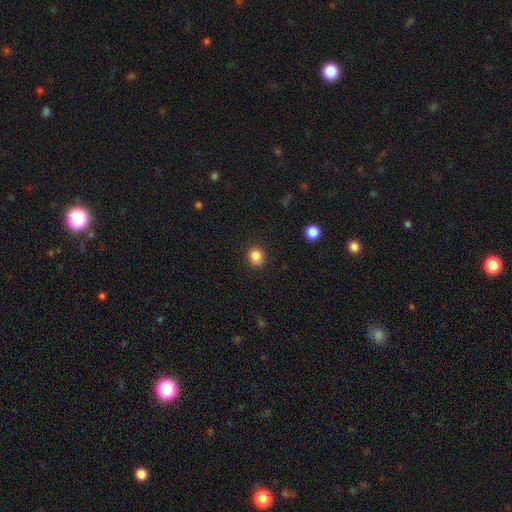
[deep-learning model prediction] This appears to be a smooth galaxy with no disk features (85%) that is round (84%). Merging: none (87%).